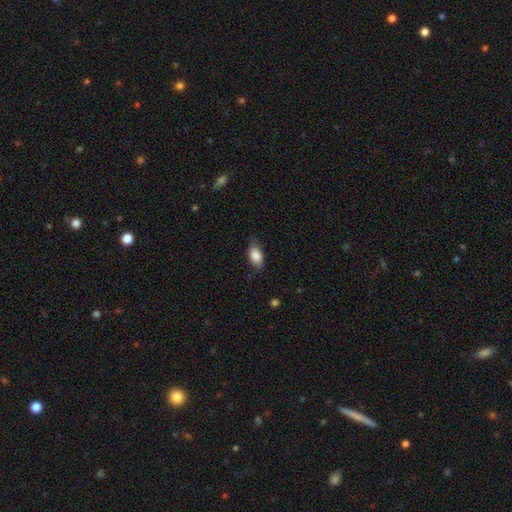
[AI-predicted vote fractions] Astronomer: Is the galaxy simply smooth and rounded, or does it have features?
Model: smooth — 85%.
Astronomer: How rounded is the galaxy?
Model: in between — 89%.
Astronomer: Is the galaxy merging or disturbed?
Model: none — 72%.